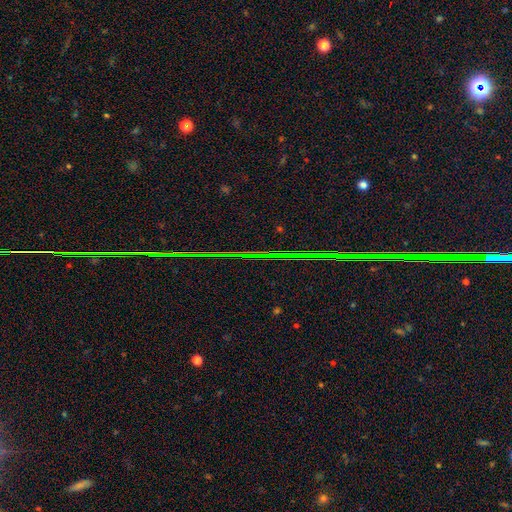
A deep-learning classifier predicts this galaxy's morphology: Smooth or featured: star or artifact — 86% (featured or disk — 7%)